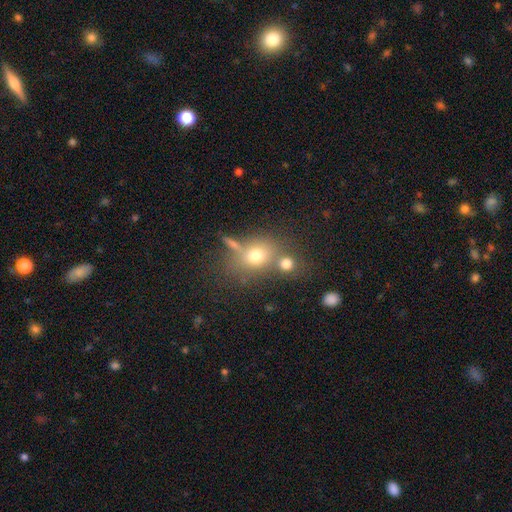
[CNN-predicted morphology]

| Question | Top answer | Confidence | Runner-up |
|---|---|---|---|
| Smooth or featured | smooth | 69% | featured or disk (16%) |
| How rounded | round | 58% | in between (40%) |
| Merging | none | 52% | merger (28%) |